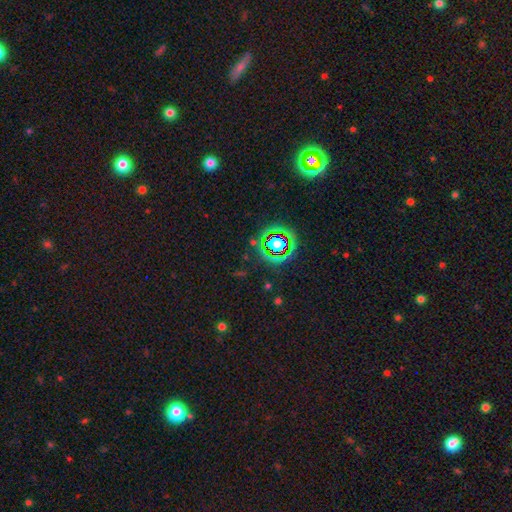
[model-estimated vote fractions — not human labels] The model was most divided on "smooth or featured": star or artifact: 77%, smooth: 13%, featured or disk: 10%.